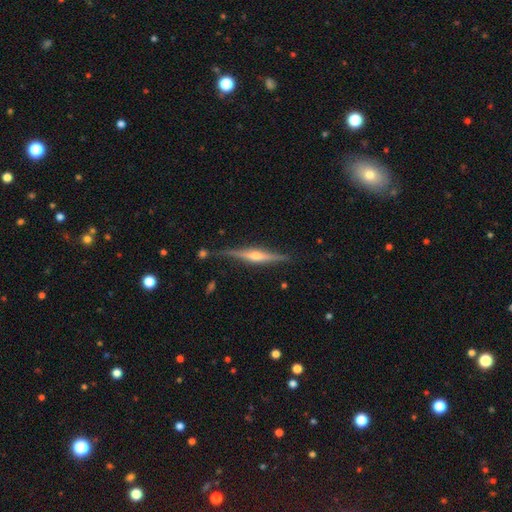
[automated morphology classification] A featured or disk galaxy (82%) viewed edge-on (98%) with a rounded central bulge (90%).

Vote fractions:
- Smooth or featured? featured or disk: 82% / smooth: 13% / star or artifact: 6%
- Edge-on disk? yes: 98% / no: 2%
- Edge-on bulge? rounded: 90% / boxy: 5% / none: 5%
- Merging? none: 82% / minor disturbance: 12% / merger: 3% / major disturbance: 3%